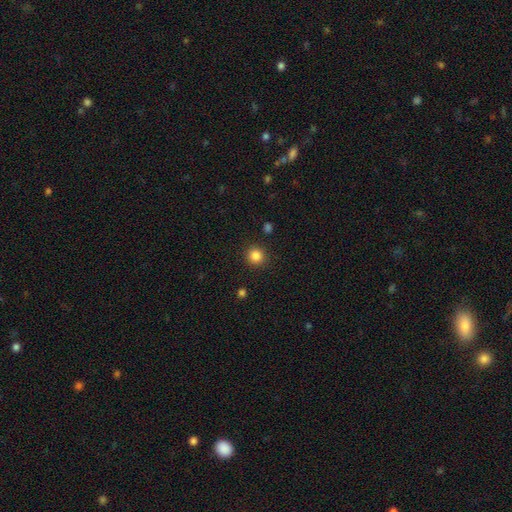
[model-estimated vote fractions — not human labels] smooth 85%, star or artifact 11%, featured or disk 4%. Down the decision tree: how rounded — round (94%); merging — none (91%).